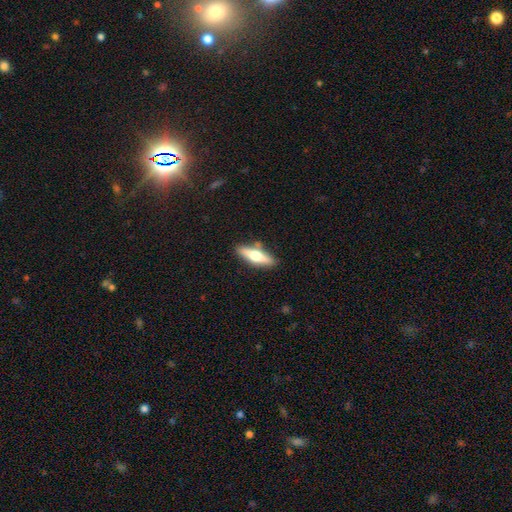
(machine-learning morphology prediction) smooth_or_featured: featured or disk (p=0.49) [alt: smooth p=0.46]
merging: none (p=0.83) [alt: minor disturbance p=0.10]